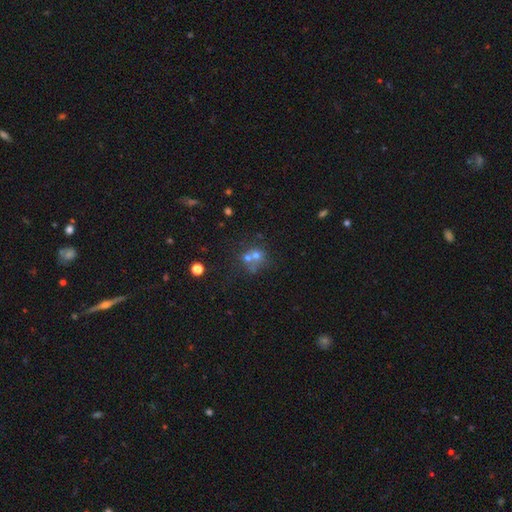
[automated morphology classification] This appears to be a smooth galaxy with no disk features (55%) that is round (79%). Merging: merger (51%).